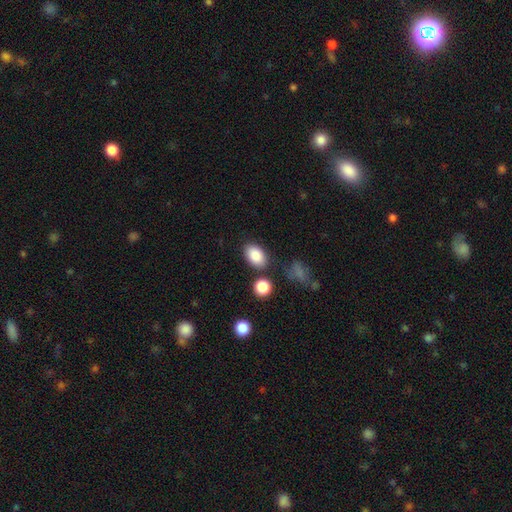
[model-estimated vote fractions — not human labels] Smooth or featured: smooth — 87% (star or artifact — 8%)
How rounded: in between — 88% (round — 11%)
Merging: none — 79% (minor disturbance — 11%)